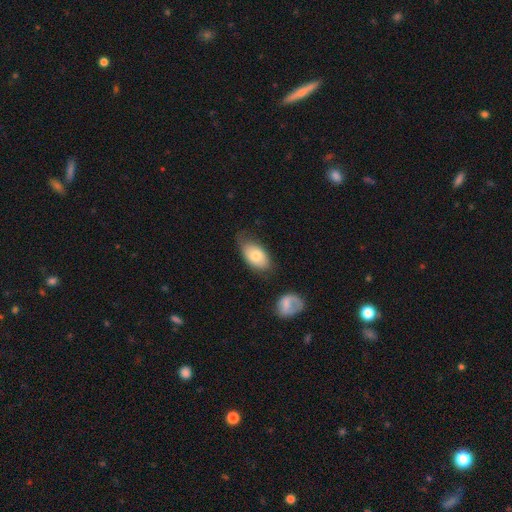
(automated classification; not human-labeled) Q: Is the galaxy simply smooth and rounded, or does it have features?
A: smooth — 75%.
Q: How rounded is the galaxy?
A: in between — 91%.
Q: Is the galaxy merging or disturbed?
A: none — 54%.